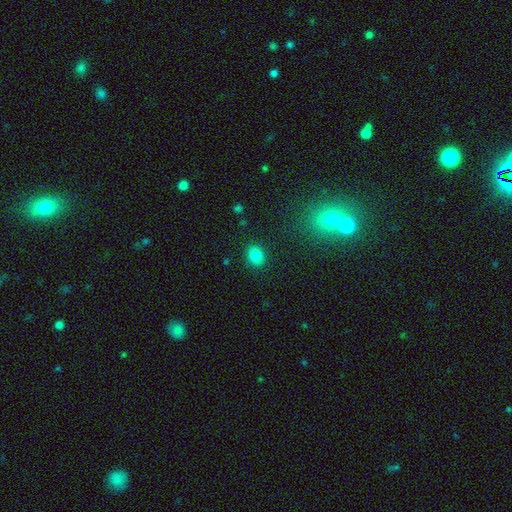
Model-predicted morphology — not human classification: smooth 84%, star or artifact 11%, featured or disk 6%. Down the decision tree: how rounded — round (55%); merging — none (88%).